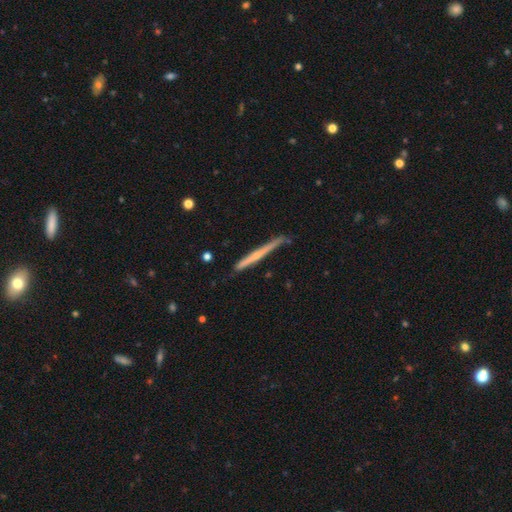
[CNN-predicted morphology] smooth_or_featured: featured or disk (p=0.56) [alt: smooth p=0.38]
disk_edge_on: yes (p=0.97) [alt: no p=0.03]
edge_on_bulge: none (p=0.59) [alt: rounded p=0.36]
merging: none (p=0.80) [alt: minor disturbance p=0.16]